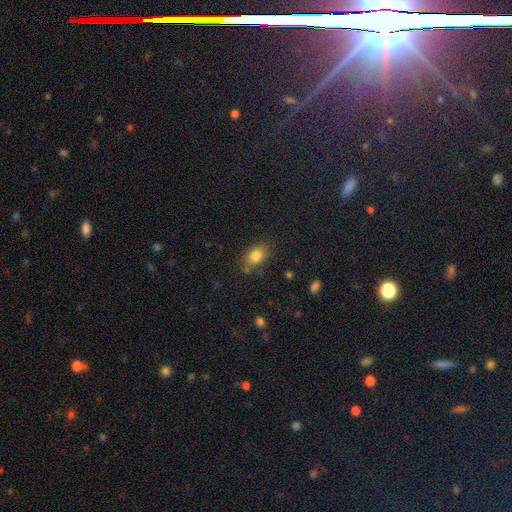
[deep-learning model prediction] smooth 82%, star or artifact 11%, featured or disk 8%. Down the decision tree: how rounded — in between (77%); merging — none (74%).